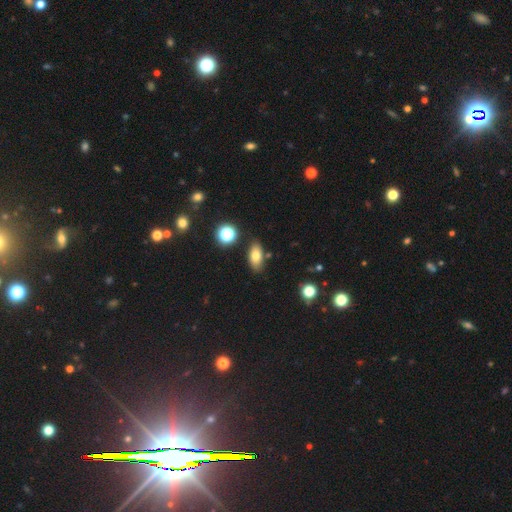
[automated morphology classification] smooth_or_featured: smooth (p=0.75) [alt: featured or disk p=0.14]
how_rounded: in between (p=0.86) [alt: cigar-shaped p=0.08]
merging: none (p=0.81) [alt: minor disturbance p=0.11]